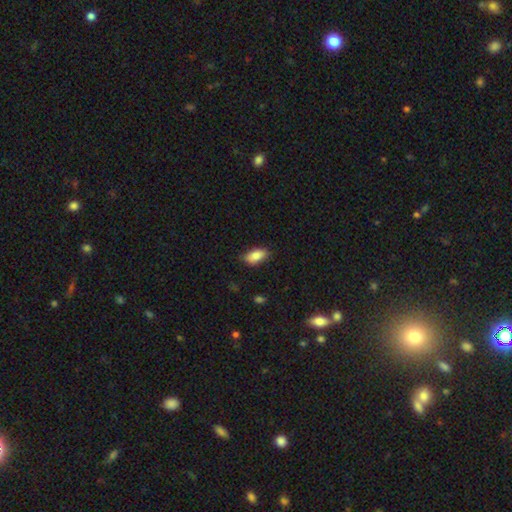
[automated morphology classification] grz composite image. It shows a smooth galaxy with no disk features (85%) that is in between round and cigar-shaped (90%). Merging: none (82%).